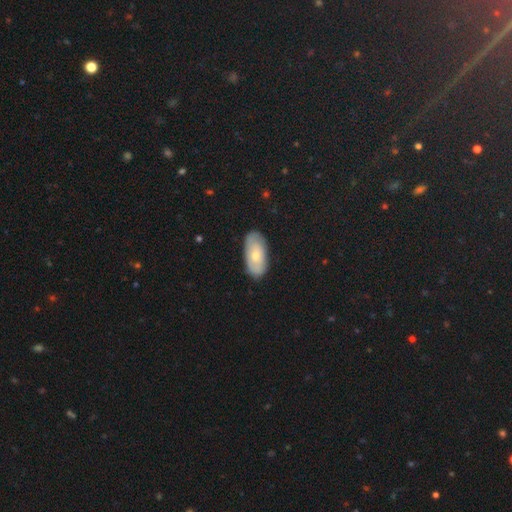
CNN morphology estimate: The model was most divided on "smooth or featured": smooth: 60%, featured or disk: 34%, star or artifact: 6%. More confident: how rounded — in between (91%); merging — none (84%).